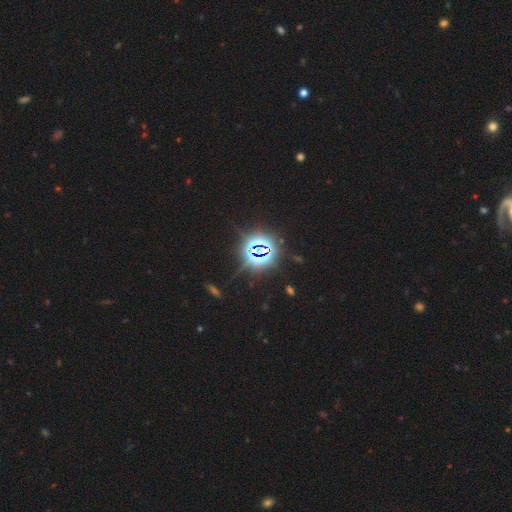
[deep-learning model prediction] Smooth or featured?
  - star or artifact: 83% *
  - smooth: 9%
  - featured or disk: 8%